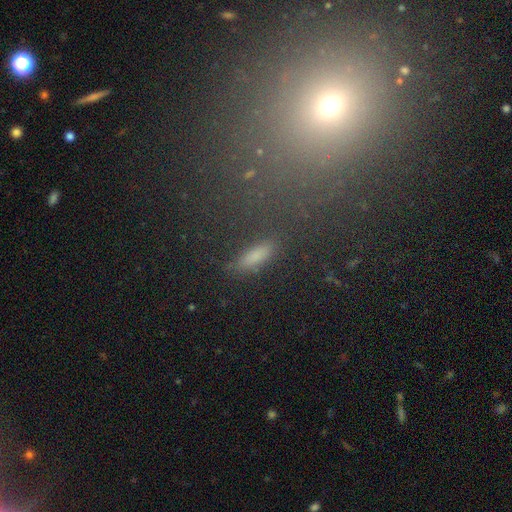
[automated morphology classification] Smooth or featured? Predicted: smooth (p=0.68). How rounded? Predicted: cigar-shaped (p=0.53). Merging? Predicted: none (p=0.82).